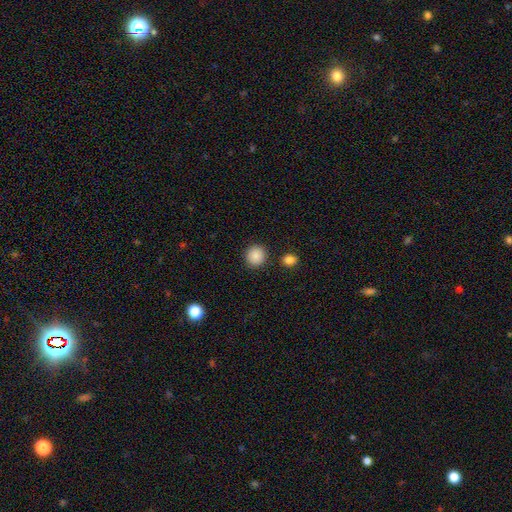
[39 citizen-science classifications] smooth-or-featured: smooth: 92% | star or artifact: 5% | featured or disk: 3%
  how-rounded: round: 94% | in between: 6% | cigar-shaped: 0%
  merging: none: 89% | minor disturbance: 8% | major disturbance: 3% | merger: 0%